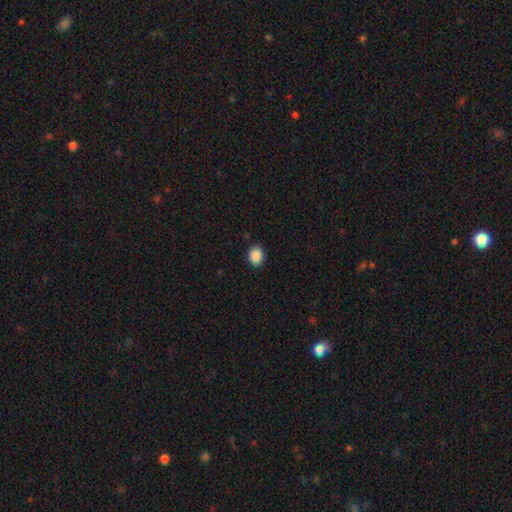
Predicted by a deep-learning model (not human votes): smooth-or-featured: smooth: 89% | star or artifact: 8% | featured or disk: 3%
  how-rounded: round: 54% | in between: 45% | cigar-shaped: 1%
  merging: none: 87% | minor disturbance: 9% | major disturbance: 2% | merger: 1%